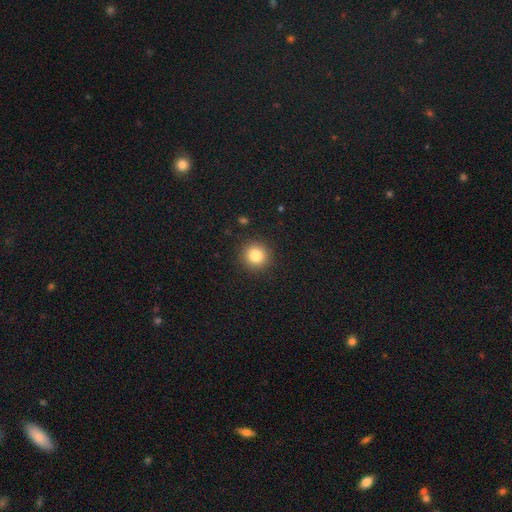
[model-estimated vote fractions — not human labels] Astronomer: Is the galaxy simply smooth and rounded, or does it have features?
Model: smooth — 83%.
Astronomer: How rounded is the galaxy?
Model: round — 93%.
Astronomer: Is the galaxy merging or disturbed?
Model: none — 91%.